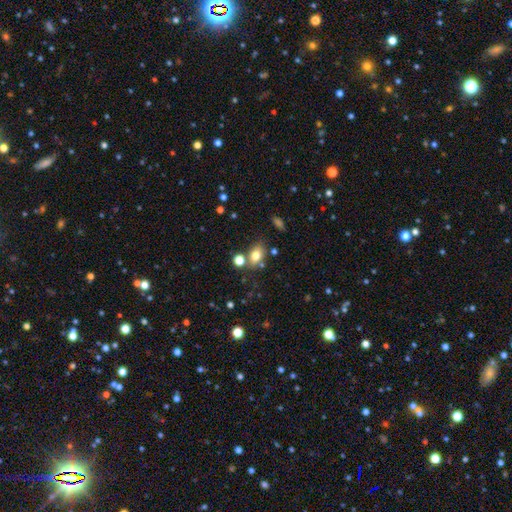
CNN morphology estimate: smooth 76%, featured or disk 12%, star or artifact 12%. Down the decision tree: how rounded — in between (78%); merging — none (68%).